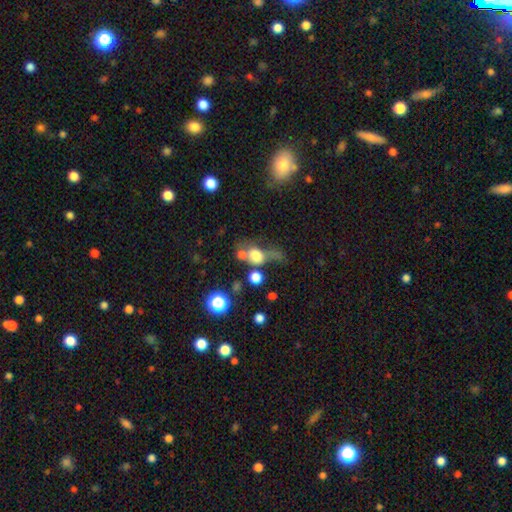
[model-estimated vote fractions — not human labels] Smooth or featured: smooth — 68% (featured or disk — 18%)
How rounded: round — 56% (in between — 41%)
Merging: merger — 31% (none — 28%)